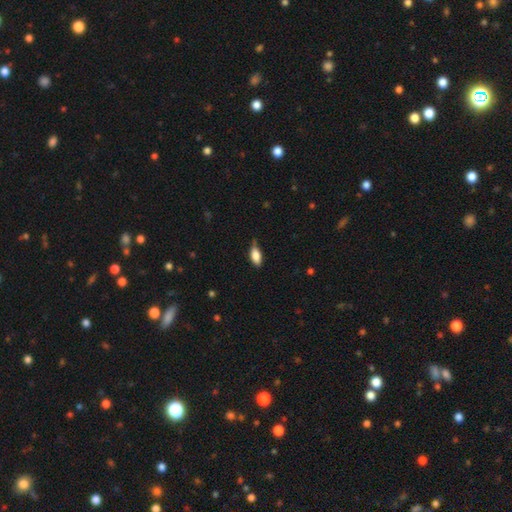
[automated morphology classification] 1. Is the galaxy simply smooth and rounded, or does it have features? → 81% smooth, 12% featured or disk, 7% star or artifact.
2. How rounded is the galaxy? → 86% in between, 11% cigar-shaped, 3% round.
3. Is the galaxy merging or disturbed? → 61% none, 31% minor disturbance, 6% major disturbance, 2% merger.